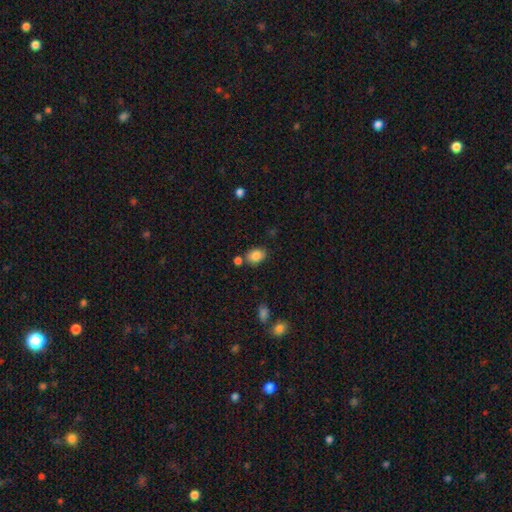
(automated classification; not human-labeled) Morphology: type=smooth (84%); roundness=in between (75%); merging=none (71%).